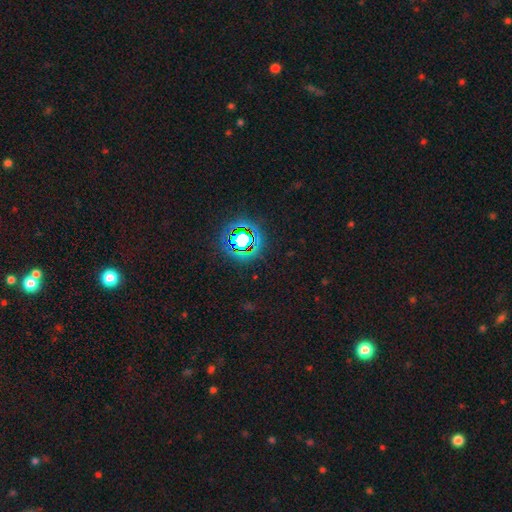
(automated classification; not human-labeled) smooth_or_featured: star or artifact (p=0.75) [alt: smooth p=0.17]